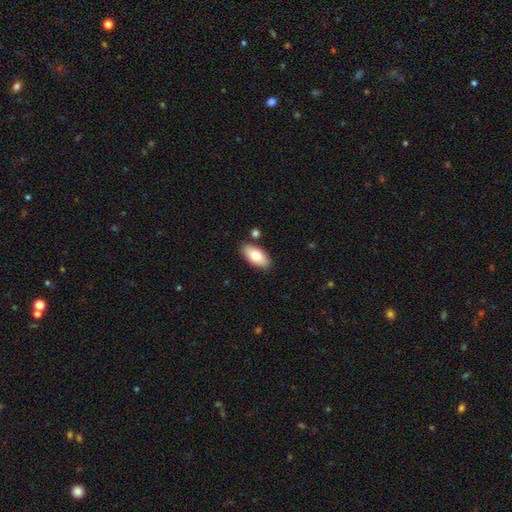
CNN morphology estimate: smooth_or_featured: smooth (p=0.77) [alt: featured or disk p=0.17]
how_rounded: in between (p=0.92) [alt: cigar-shaped p=0.05]
merging: none (p=0.84) [alt: minor disturbance p=0.09]